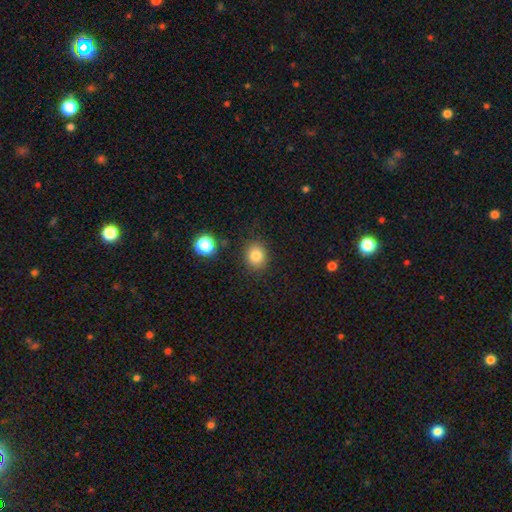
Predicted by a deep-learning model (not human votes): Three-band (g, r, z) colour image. It shows a smooth galaxy with no disk features (82%) that is round (74%). Merging: none (87%).